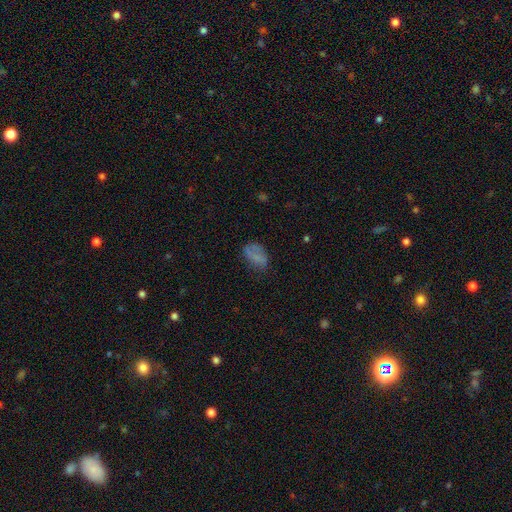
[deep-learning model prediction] A smooth galaxy with no disk features (64%) that is in between round and cigar-shaped (87%).

Vote fractions:
- Smooth or featured? smooth: 64% / featured or disk: 23% / star or artifact: 14%
- How rounded? in between: 87% / round: 10% / cigar-shaped: 3%
- Merging? none: 57% / minor disturbance: 26% / major disturbance: 14% / merger: 3%